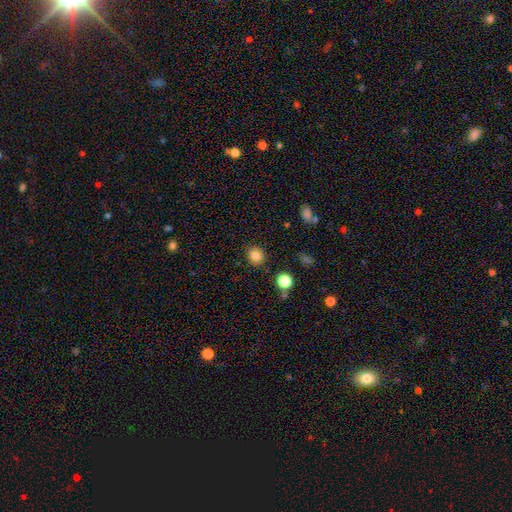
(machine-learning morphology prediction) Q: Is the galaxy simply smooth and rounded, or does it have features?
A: smooth — 85%.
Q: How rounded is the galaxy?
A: round — 81%.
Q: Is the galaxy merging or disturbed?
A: none — 88%.